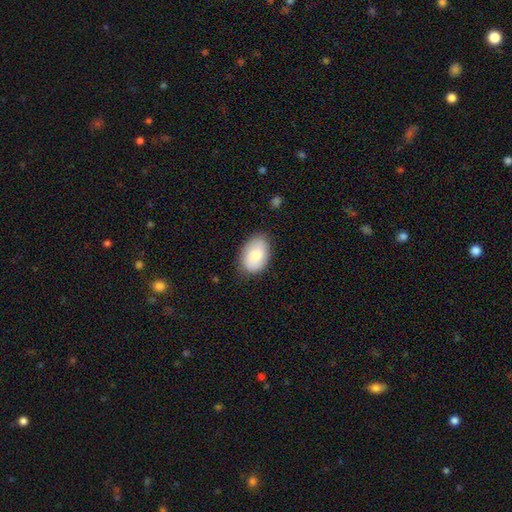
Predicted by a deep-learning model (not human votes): Smooth or featured? Predicted: smooth (p=0.79). How rounded? Predicted: in between (p=0.87). Merging? Predicted: none (p=0.81).